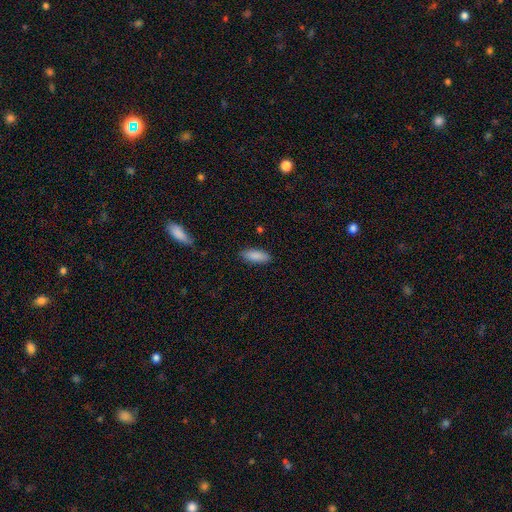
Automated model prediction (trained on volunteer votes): Smooth or featured?
  - smooth: 88% *
  - star or artifact: 6%
  - featured or disk: 6%
How rounded?
  - in between: 70% *
  - cigar-shaped: 28%
  - round: 2%
Merging?
  - none: 87% *
  - minor disturbance: 9%
  - major disturbance: 2%
  - merger: 1%